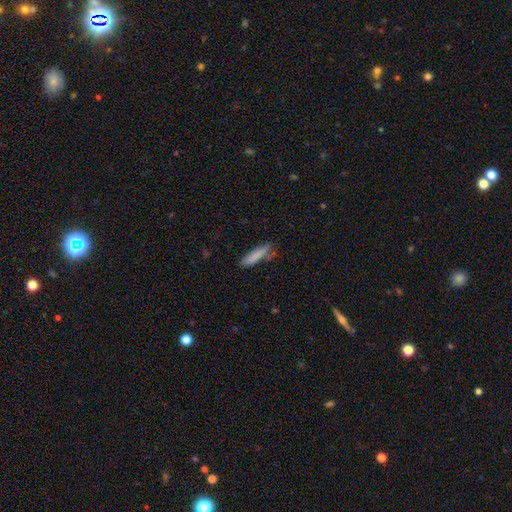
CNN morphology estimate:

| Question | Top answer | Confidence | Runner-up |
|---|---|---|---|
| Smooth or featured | smooth | 85% | featured or disk (8%) |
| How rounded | cigar-shaped | 74% | in between (24%) |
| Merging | none | 75% | minor disturbance (17%) |